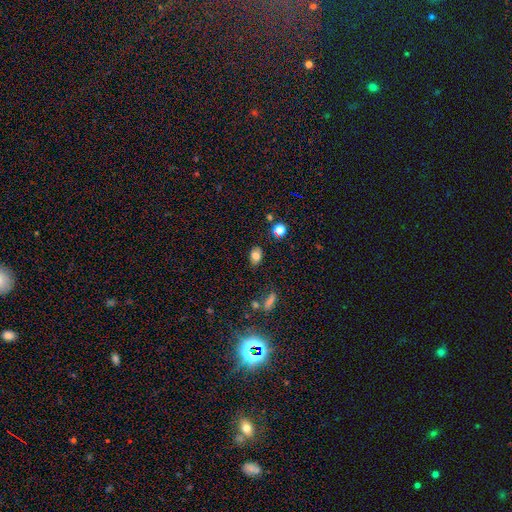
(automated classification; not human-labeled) A smooth galaxy with no disk features (76%) that is in between round and cigar-shaped (81%).

Vote fractions:
- Smooth or featured? smooth: 76% / star or artifact: 13% / featured or disk: 12%
- How rounded? in between: 81% / round: 17% / cigar-shaped: 2%
- Merging? none: 80% / minor disturbance: 14% / major disturbance: 3% / merger: 3%